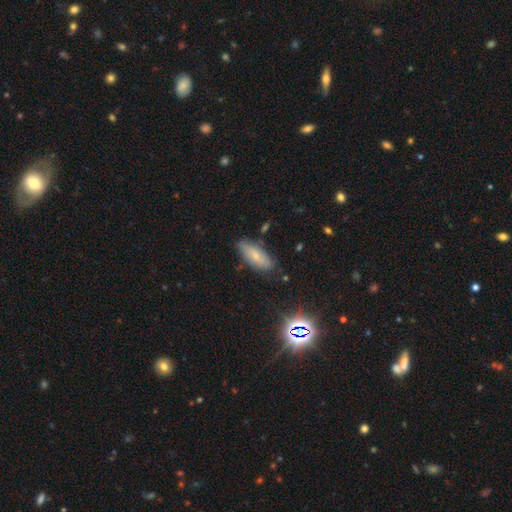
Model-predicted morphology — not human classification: Smooth or featured? smooth (65%)
How rounded? in between (78%)
Merging? none (75%)